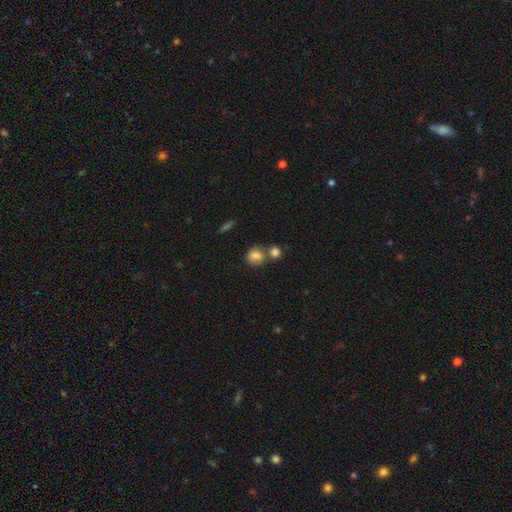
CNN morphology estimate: A smooth galaxy with no disk features (81%) that is round (59%).

Vote fractions:
- Smooth or featured? smooth: 81% / featured or disk: 10% / star or artifact: 9%
- How rounded? round: 59% / in between: 40% / cigar-shaped: 1%
- Merging? none: 43% / merger: 40% / minor disturbance: 12% / major disturbance: 5%